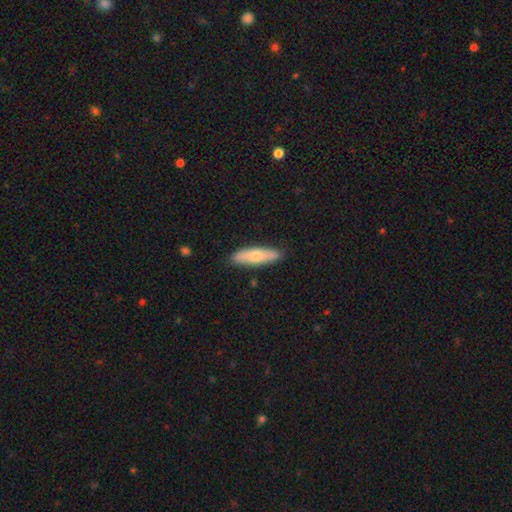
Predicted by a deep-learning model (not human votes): smooth 66%, featured or disk 29%, star or artifact 6%. Down the decision tree: how rounded — cigar-shaped (62%); merging — none (88%).